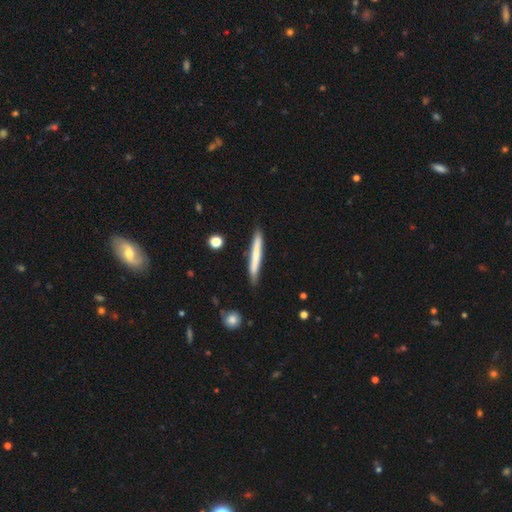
Smooth or featured? 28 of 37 (76%) said smooth. How rounded? 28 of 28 (100%) said cigar-shaped. Merging? 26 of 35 (74%) said none.